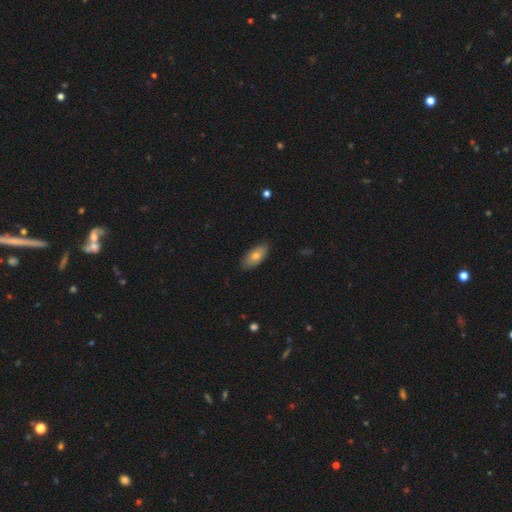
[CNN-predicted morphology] A smooth galaxy with no disk features (74%) that is in between round and cigar-shaped (89%). Merging: none (86%).